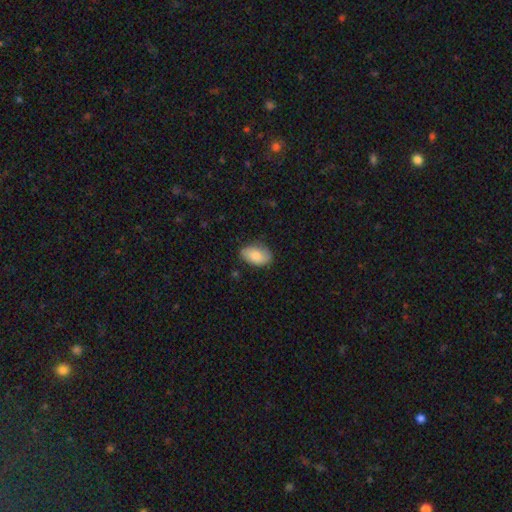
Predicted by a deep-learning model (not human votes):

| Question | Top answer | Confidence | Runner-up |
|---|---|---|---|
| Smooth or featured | smooth | 81% | featured or disk (13%) |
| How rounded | in between | 91% | round (7%) |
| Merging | none | 75% | minor disturbance (20%) |